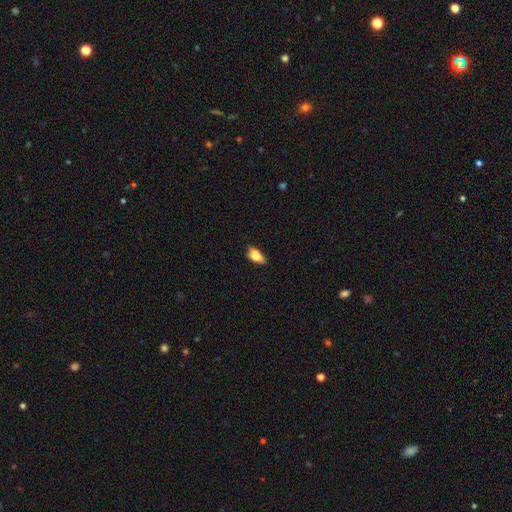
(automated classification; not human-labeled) smooth-or-featured: smooth: 81% | featured or disk: 11% | star or artifact: 7%
  how-rounded: in between: 90% | cigar-shaped: 6% | round: 4%
  merging: none: 67% | minor disturbance: 27% | major disturbance: 4% | merger: 2%